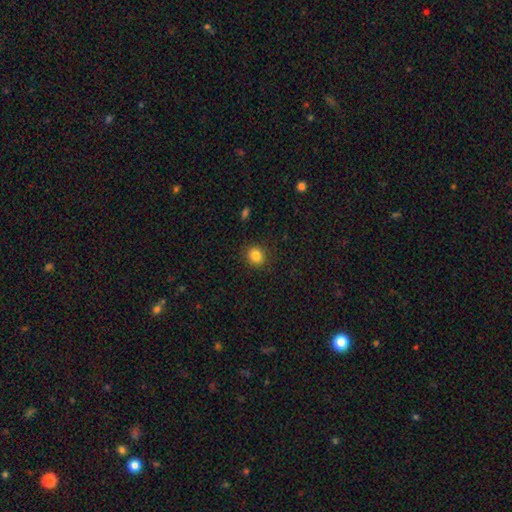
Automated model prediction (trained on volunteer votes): Smooth or featured? smooth (85%)
How rounded? round (76%)
Merging? none (89%)